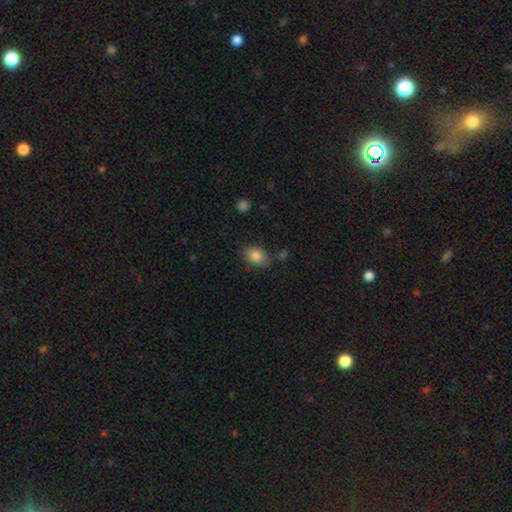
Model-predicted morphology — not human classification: smooth_or_featured: smooth (p=0.83) [alt: featured or disk p=0.09]
how_rounded: in between (p=0.80) [alt: round p=0.19]
merging: none (p=0.74) [alt: minor disturbance p=0.18]